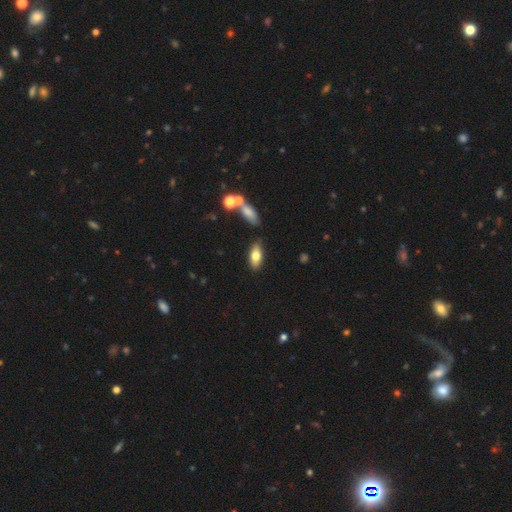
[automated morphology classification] Smooth or featured?
  - smooth: 71% *
  - featured or disk: 21%
  - star or artifact: 8%
How rounded?
  - in between: 82% *
  - cigar-shaped: 15%
  - round: 3%
Merging?
  - none: 80% *
  - minor disturbance: 12%
  - merger: 6%
  - major disturbance: 3%